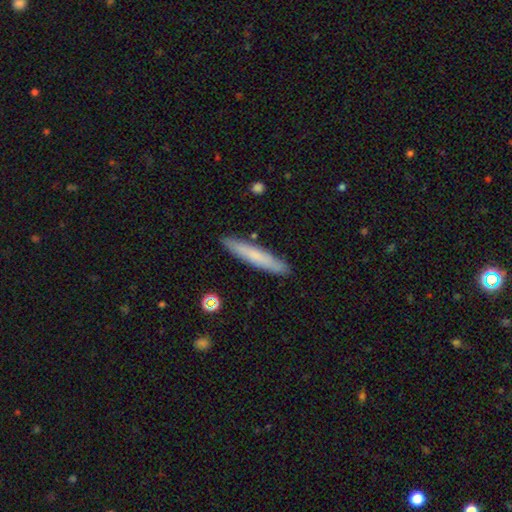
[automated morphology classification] Smooth or featured: smooth — 71% (featured or disk — 23%)
How rounded: cigar-shaped — 94% (in between — 5%)
Merging: none — 90% (minor disturbance — 8%)